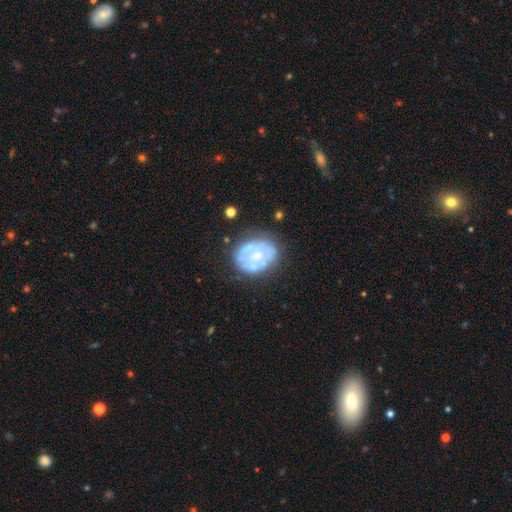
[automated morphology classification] Smooth or featured? featured or disk (64%)
Edge-on disk? no (97%)
Bar? no (83%)
Spiral arms? no (77%)
Bulge size? small (45%)
Merging? none (58%)